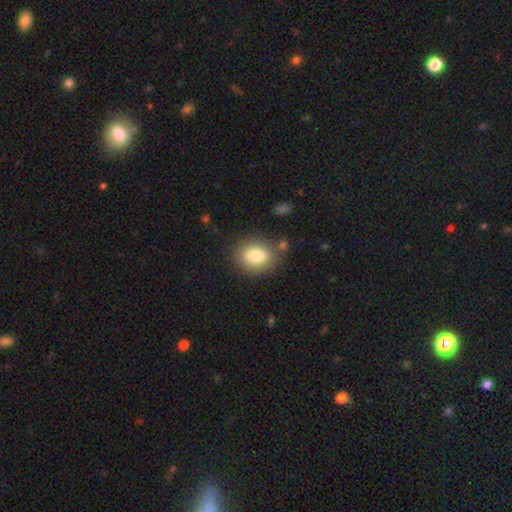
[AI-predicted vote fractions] A smooth galaxy with no disk features (81%) that is in between round and cigar-shaped (57%). Merging: none (78%).